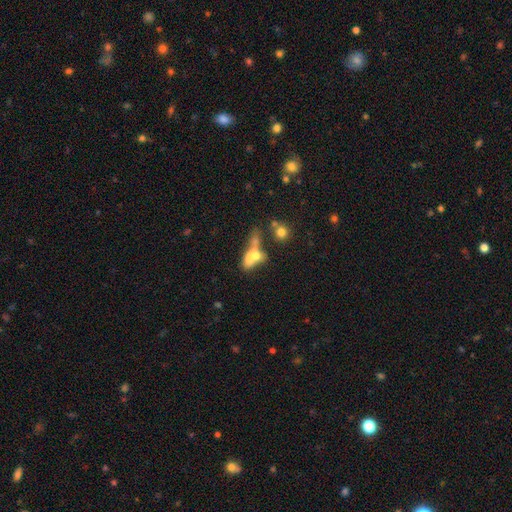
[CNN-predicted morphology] smooth-or-featured: smooth: 57% | featured or disk: 31% | star or artifact: 13%
  how-rounded: in between: 64% | cigar-shaped: 22% | round: 14%
  merging: merger: 51% | major disturbance: 19% | none: 18% | minor disturbance: 12%